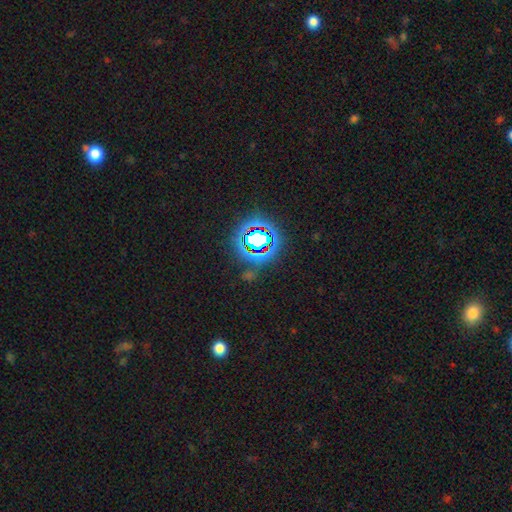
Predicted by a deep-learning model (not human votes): Q: Smooth or featured?
A: star or artifact (79%); runner-up: smooth (13%)